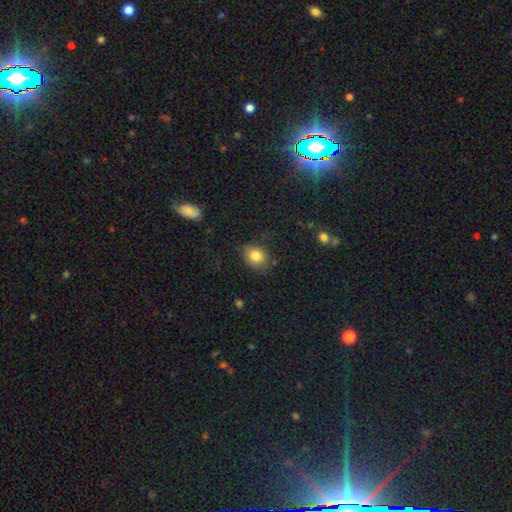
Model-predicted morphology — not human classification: Smooth or featured: smooth — 83% (star or artifact — 10%)
How rounded: round — 51% (in between — 48%)
Merging: none — 78% (minor disturbance — 16%)